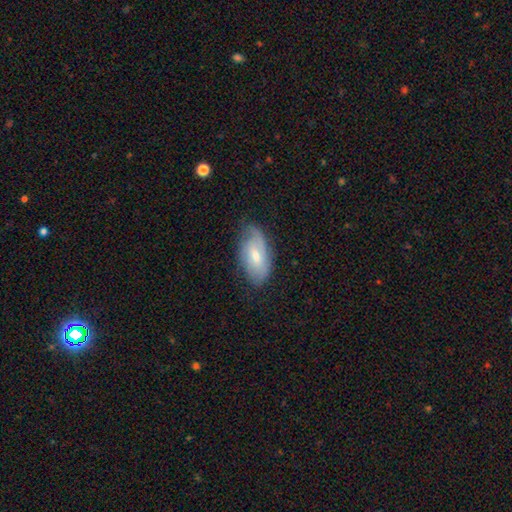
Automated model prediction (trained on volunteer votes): Smooth or featured: featured or disk — 50% (smooth — 43%)
Merging: none — 65% (minor disturbance — 27%)